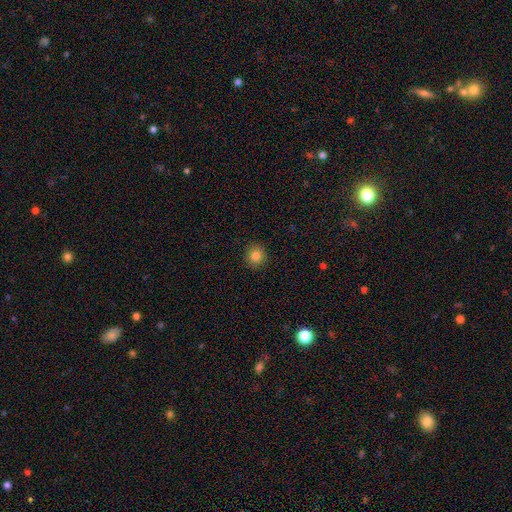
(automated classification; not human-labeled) This appears to be a smooth galaxy with no disk features (83%) that is round (91%). Merging: none (92%).